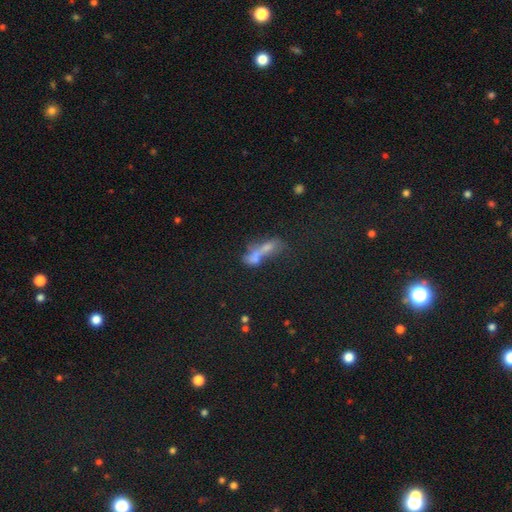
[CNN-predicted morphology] A smooth galaxy with no disk features (50%) that is in between round and cigar-shaped (49%).

Vote fractions:
- Smooth or featured? smooth: 50% / featured or disk: 31% / star or artifact: 19%
- How rounded? in between: 49% / cigar-shaped: 39% / round: 11%
- Merging? merger: 53% / none: 22% / major disturbance: 14% / minor disturbance: 11%